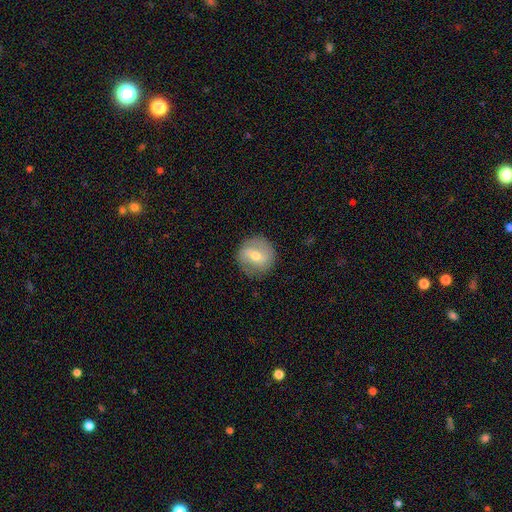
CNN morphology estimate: A smooth galaxy with no disk features (49%).

Vote fractions:
- Smooth or featured? smooth: 49% / featured or disk: 44% / star or artifact: 7%
- Merging? none: 83% / minor disturbance: 12% / major disturbance: 4% / merger: 1%